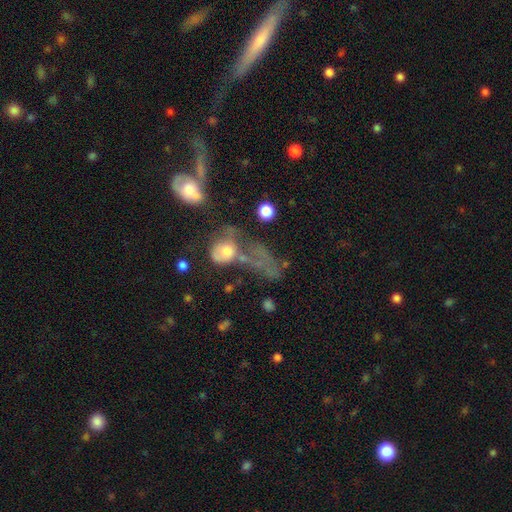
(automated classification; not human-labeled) featured or disk 40%, smooth 32%, star or artifact 28%. Down the decision tree: merging — merger (44%).